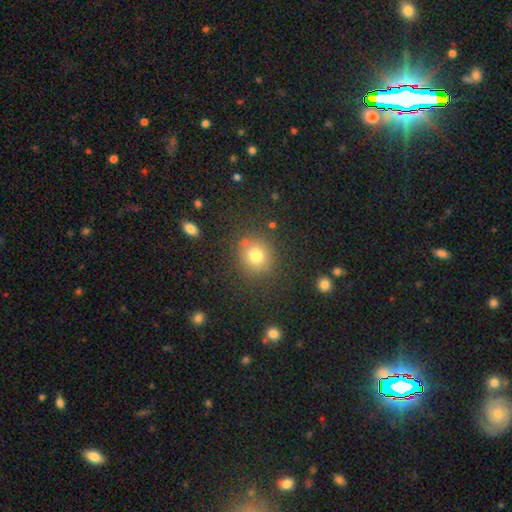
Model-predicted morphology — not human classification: type=smooth (77%); roundness=round (85%); merging=none (81%).